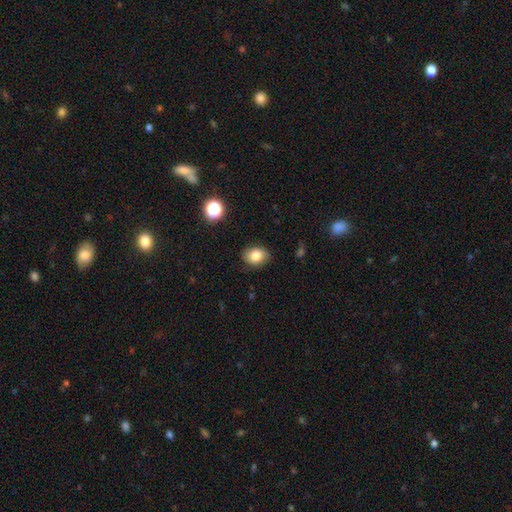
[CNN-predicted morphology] smooth_or_featured: smooth (p=0.82) [alt: star or artifact p=0.10]
how_rounded: in between (p=0.66) [alt: round p=0.33]
merging: none (p=0.83) [alt: minor disturbance p=0.13]